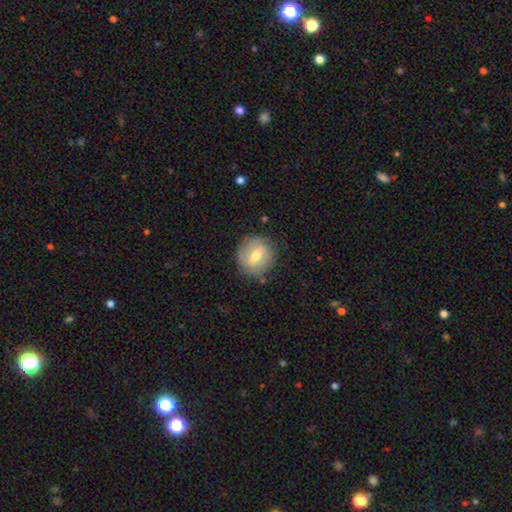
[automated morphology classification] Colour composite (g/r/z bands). It shows a smooth galaxy with no disk features (54%) that is round (88%). Merging: none (82%).